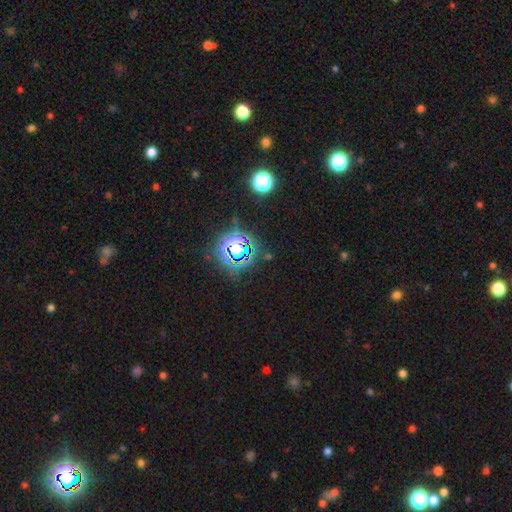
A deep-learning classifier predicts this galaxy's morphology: A star or artifact, not a galaxy (80%).

Vote fractions:
- Smooth or featured? star or artifact: 80% / smooth: 13% / featured or disk: 7%